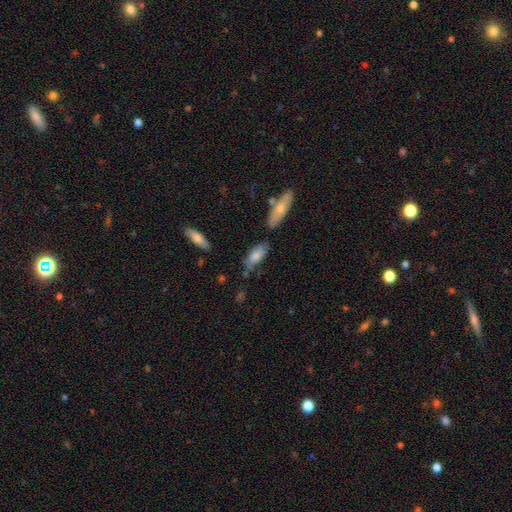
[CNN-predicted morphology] type=smooth (75%); roundness=in between (76%); merging=none (57%).